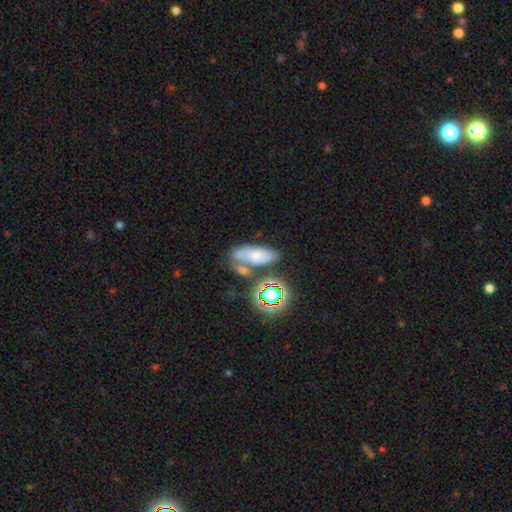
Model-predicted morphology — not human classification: This appears to be a smooth galaxy with no disk features (54%) that is in between round and cigar-shaped (72%). Merging: none (50%).